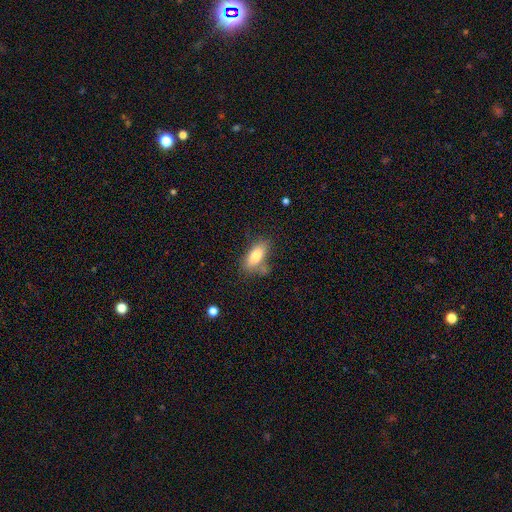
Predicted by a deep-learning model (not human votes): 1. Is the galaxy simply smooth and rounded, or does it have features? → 78% smooth, 14% featured or disk, 7% star or artifact.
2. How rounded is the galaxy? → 84% in between, 13% cigar-shaped, 3% round.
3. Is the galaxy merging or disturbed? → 63% none, 21% minor disturbance, 9% merger, 7% major disturbance.